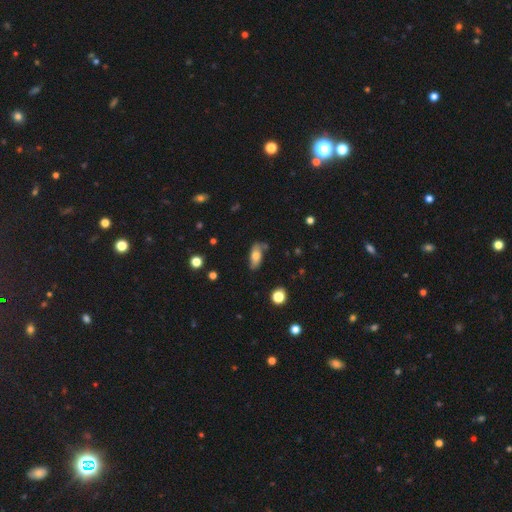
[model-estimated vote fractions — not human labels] Q: Smooth or featured?
A: smooth (64%); runner-up: featured or disk (28%)
Q: How rounded?
A: in between (79%); runner-up: cigar-shaped (16%)
Q: Merging?
A: none (65%); runner-up: minor disturbance (25%)